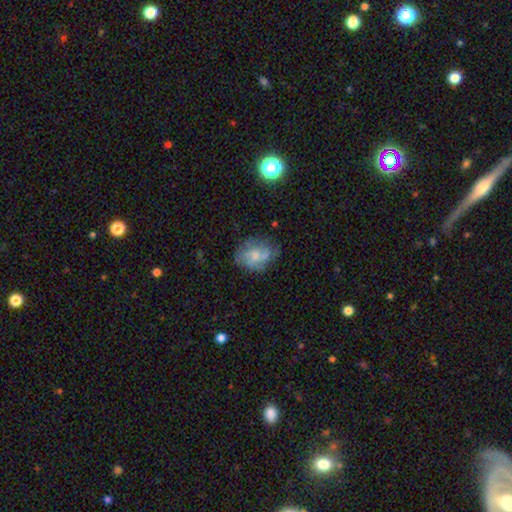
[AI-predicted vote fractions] Smooth or featured? featured or disk (47%)
Merging? none (55%)